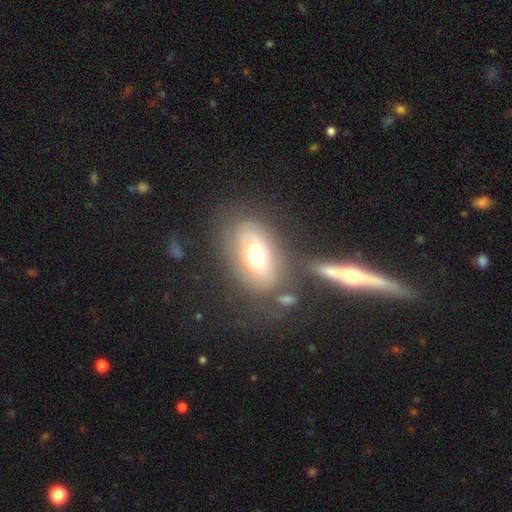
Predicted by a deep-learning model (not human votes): Q: Smooth or featured?
A: smooth (50%); runner-up: featured or disk (42%)
Q: Merging?
A: none (61%); runner-up: minor disturbance (18%)